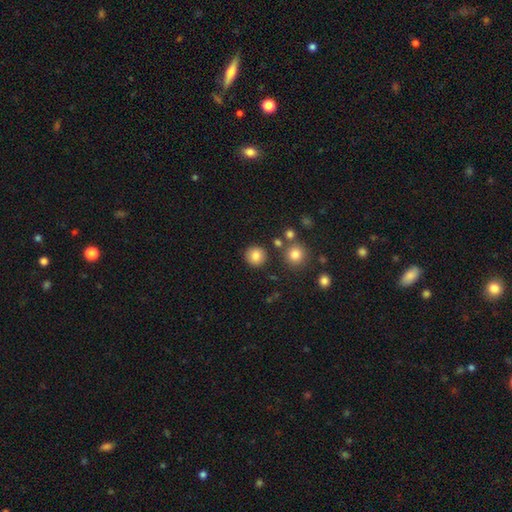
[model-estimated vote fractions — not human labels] This is clearly a smooth galaxy (84%). How rounded: clearly round (94%). Merging: clearly none (87%).